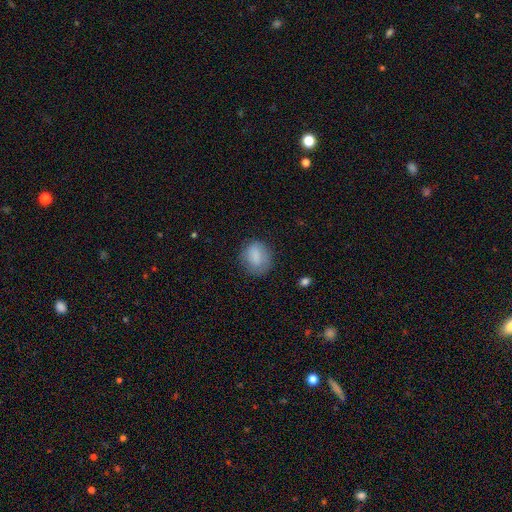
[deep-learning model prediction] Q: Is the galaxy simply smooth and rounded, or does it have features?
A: smooth — 80%.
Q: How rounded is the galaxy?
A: round — 57%.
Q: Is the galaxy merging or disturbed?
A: none — 73%.